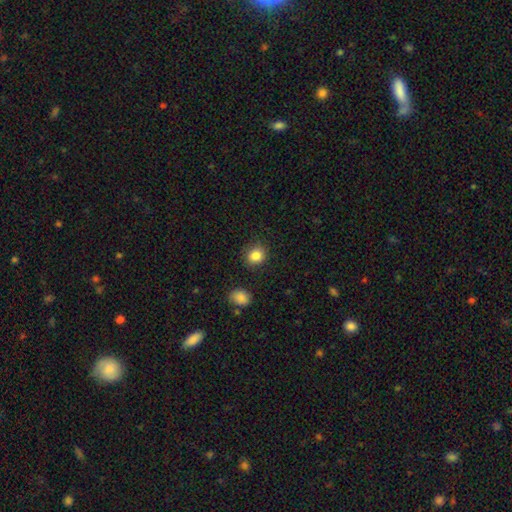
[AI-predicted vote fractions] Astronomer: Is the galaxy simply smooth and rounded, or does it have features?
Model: smooth — 86%.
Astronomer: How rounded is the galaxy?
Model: round — 78%.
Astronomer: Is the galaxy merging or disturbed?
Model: none — 85%.